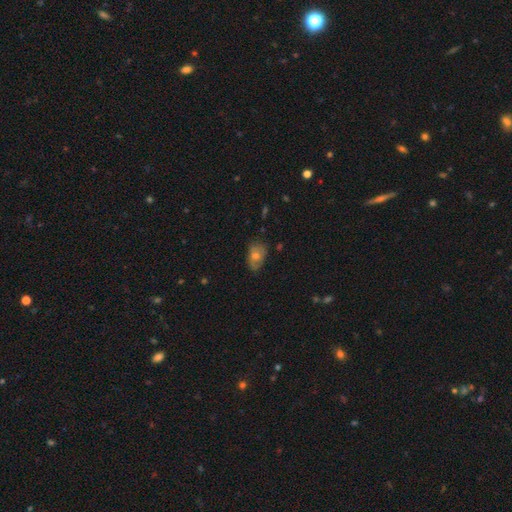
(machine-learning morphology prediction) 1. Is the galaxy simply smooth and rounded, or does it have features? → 54% smooth, 34% featured or disk, 12% star or artifact.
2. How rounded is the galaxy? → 81% in between, 17% round, 2% cigar-shaped.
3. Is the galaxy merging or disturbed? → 66% none, 26% minor disturbance, 6% major disturbance, 2% merger.